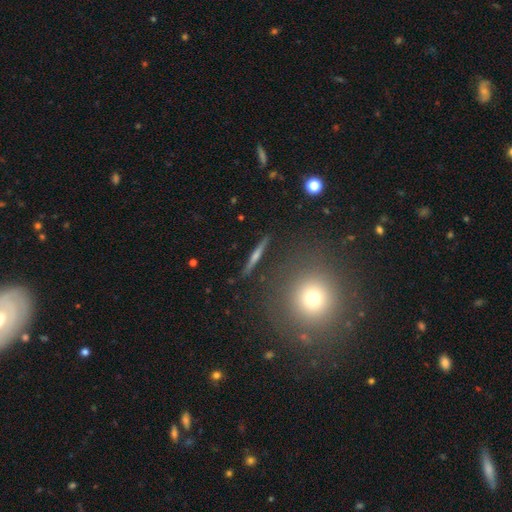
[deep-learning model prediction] A featured or disk galaxy (55%) viewed edge-on (91%) with a rounded central bulge (56%). Merging: none (90%).